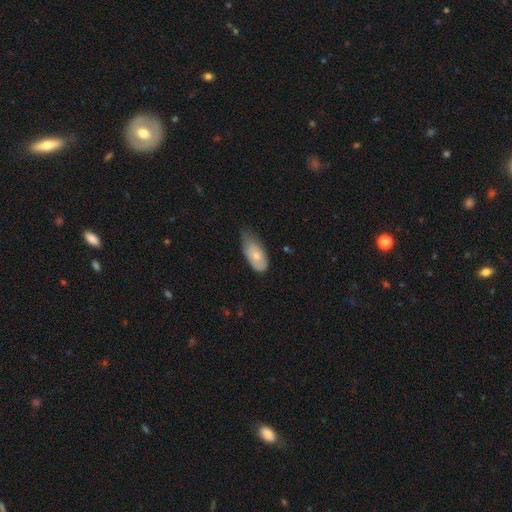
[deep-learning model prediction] A smooth galaxy with no disk features (73%) that is in between round and cigar-shaped (91%).

Vote fractions:
- Smooth or featured? smooth: 73% / featured or disk: 21% / star or artifact: 7%
- How rounded? in between: 91% / cigar-shaped: 6% / round: 3%
- Merging? minor disturbance: 50% / none: 32% / major disturbance: 16% / merger: 2%